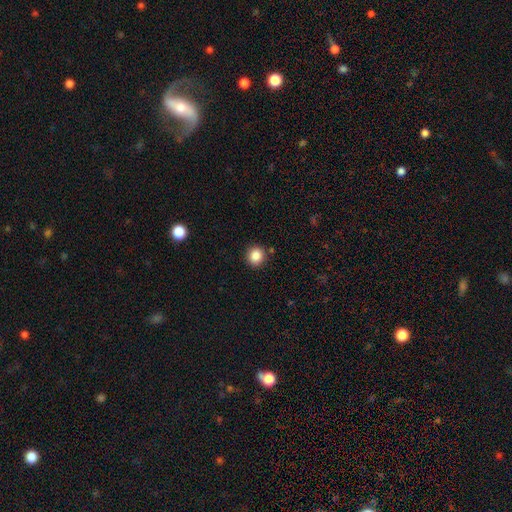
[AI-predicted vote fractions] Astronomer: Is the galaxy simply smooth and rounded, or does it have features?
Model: smooth — 86%.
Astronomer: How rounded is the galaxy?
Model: round — 90%.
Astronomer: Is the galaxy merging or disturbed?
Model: none — 88%.